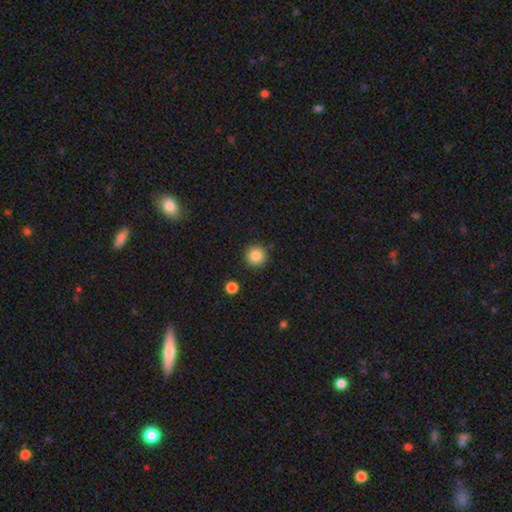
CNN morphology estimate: smooth_or_featured: smooth (p=0.86) [alt: star or artifact p=0.10]
how_rounded: round (p=0.95) [alt: in between p=0.04]
merging: none (p=0.90) [alt: minor disturbance p=0.06]